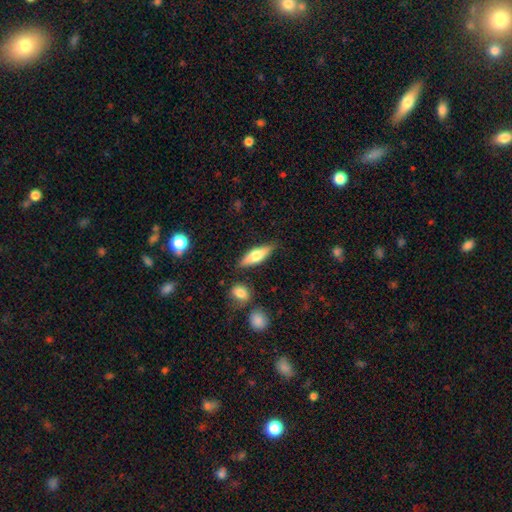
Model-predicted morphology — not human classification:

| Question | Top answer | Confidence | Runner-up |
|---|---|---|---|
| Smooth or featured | smooth | 55% | featured or disk (38%) |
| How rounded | in between | 50% | cigar-shaped (48%) |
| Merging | none | 81% | minor disturbance (12%) |